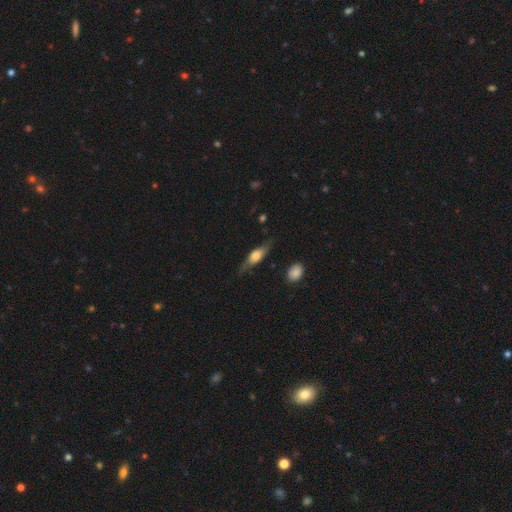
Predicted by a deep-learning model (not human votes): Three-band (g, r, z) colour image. It shows a featured or disk galaxy (51%) viewed edge-on (82%). Merging: none (72%).